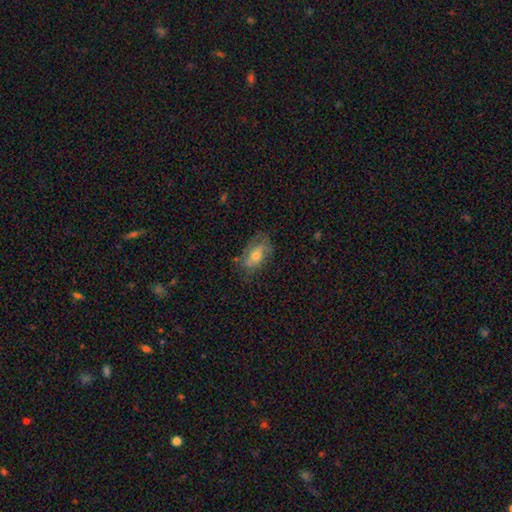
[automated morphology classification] Smooth or featured? featured or disk (46%)
Merging? none (63%)